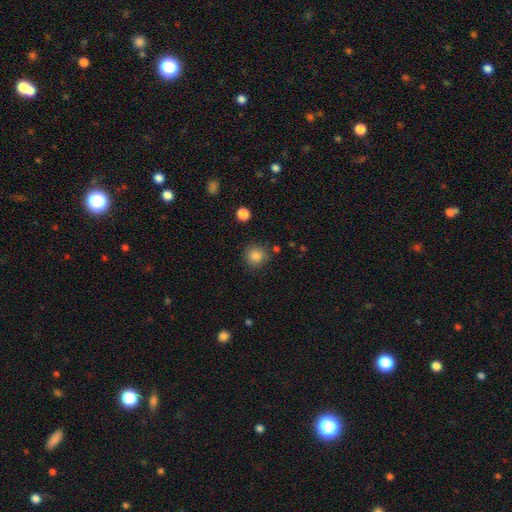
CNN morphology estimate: The model was most divided on "merging": none: 83%, minor disturbance: 10%, merger: 4%, major disturbance: 3%. More confident: how rounded — round (91%); smooth or featured — smooth (85%).